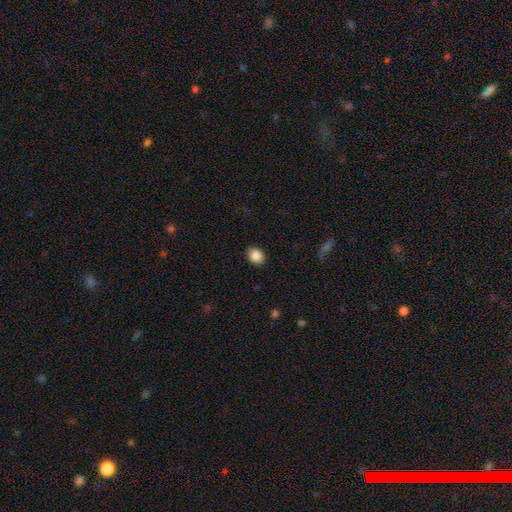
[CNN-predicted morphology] A smooth galaxy with no disk features (87%) that is round (52%).

Vote fractions:
- Smooth or featured? smooth: 87% / star or artifact: 9% / featured or disk: 4%
- How rounded? round: 52% / in between: 48% / cigar-shaped: 1%
- Merging? none: 90% / minor disturbance: 7% / major disturbance: 2% / merger: 1%